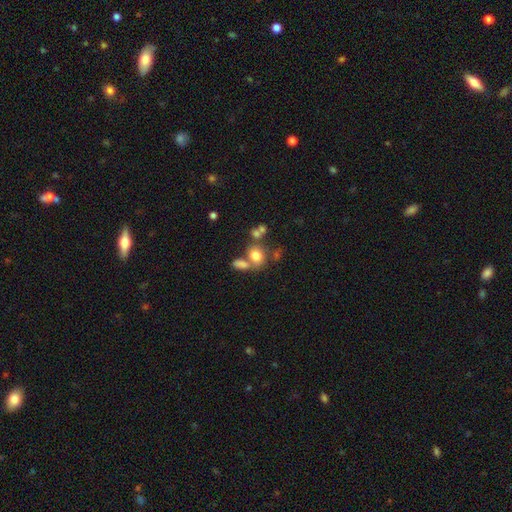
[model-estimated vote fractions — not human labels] A smooth galaxy with no disk features (74%) that is in between round and cigar-shaped (52%). Merging: none (45%).